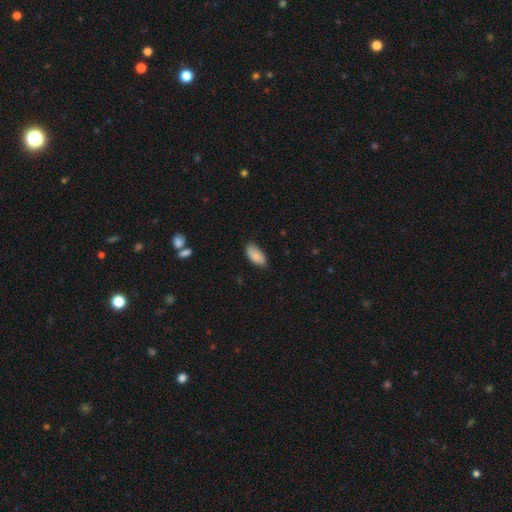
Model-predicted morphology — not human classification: Smooth or featured? smooth (83%)
How rounded? in between (94%)
Merging? none (77%)